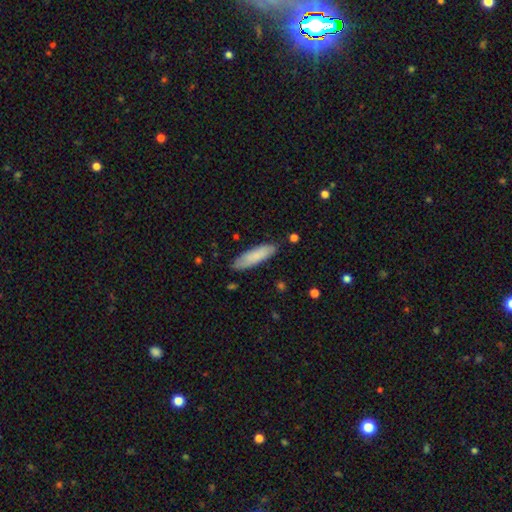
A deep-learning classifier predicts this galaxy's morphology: This appears to be a smooth galaxy with no disk features (83%) that is cigar-shaped (60%). Merging: none (82%).